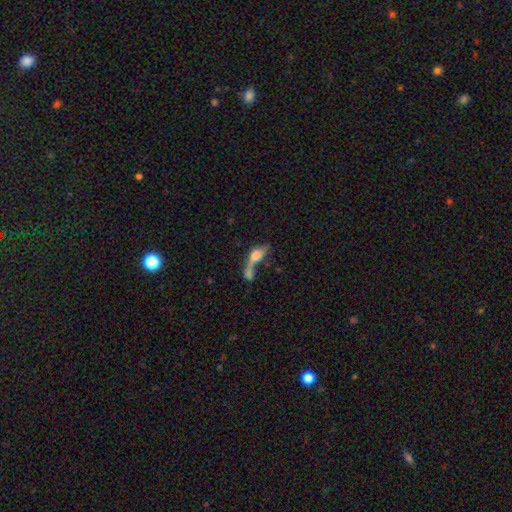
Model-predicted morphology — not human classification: The model was most divided on "smooth or featured": smooth: 54%, featured or disk: 34%, star or artifact: 11%. More confident: how rounded — in between (58%); merging — merger (56%).